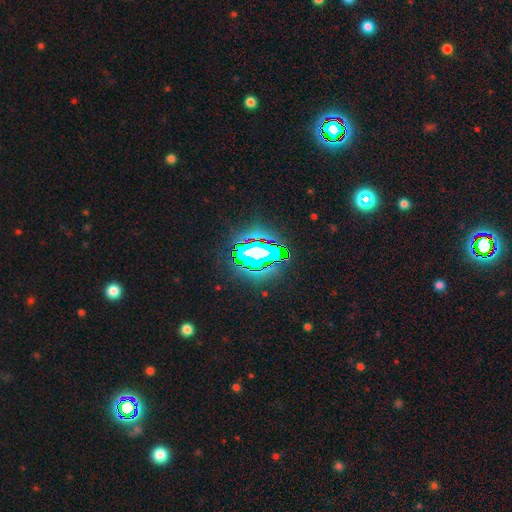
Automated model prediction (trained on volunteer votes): Smooth or featured?
  - star or artifact: 78% *
  - smooth: 11%
  - featured or disk: 11%